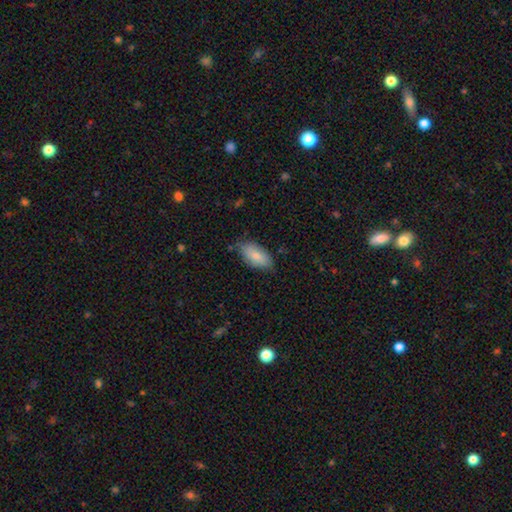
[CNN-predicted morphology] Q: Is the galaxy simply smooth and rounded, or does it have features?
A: smooth — 82%.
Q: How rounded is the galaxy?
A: in between — 91%.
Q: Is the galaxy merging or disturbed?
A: none — 73%.